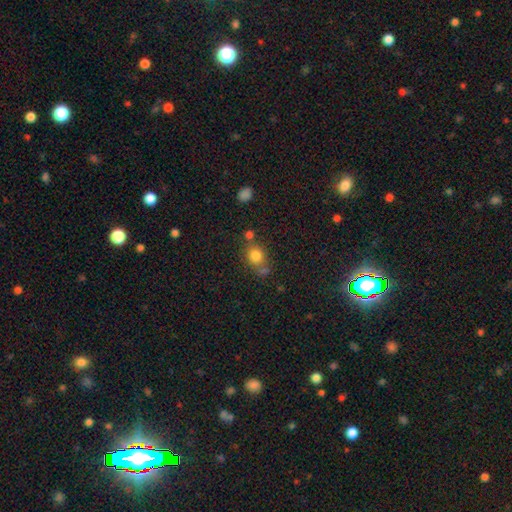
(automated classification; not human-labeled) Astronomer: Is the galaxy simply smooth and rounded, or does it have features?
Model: smooth — 80%.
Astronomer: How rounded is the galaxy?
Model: round — 69%.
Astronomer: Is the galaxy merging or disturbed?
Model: none — 60%.